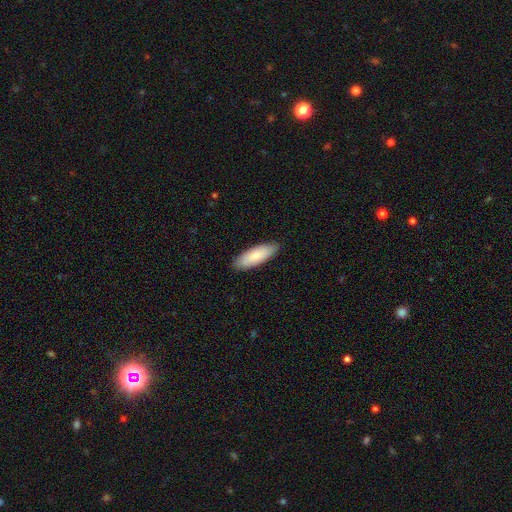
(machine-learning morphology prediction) This is clearly a smooth galaxy (80%). How rounded: likely in between (65%). Merging: clearly none (87%).